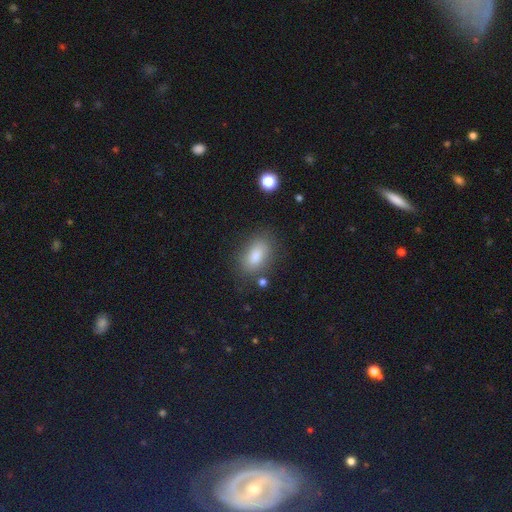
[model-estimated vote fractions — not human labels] smooth 82%, star or artifact 9%, featured or disk 9%. Down the decision tree: how rounded — in between (88%); merging — none (77%).